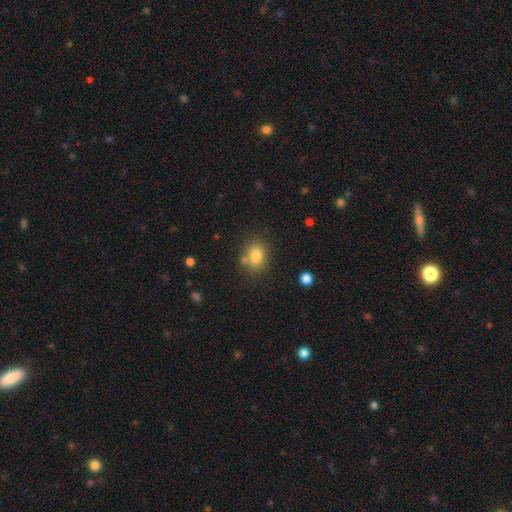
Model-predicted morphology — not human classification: The model was most divided on "how rounded": in between: 51%, round: 48%, cigar-shaped: 1%. More confident: smooth or featured — smooth (81%); merging — none (71%).